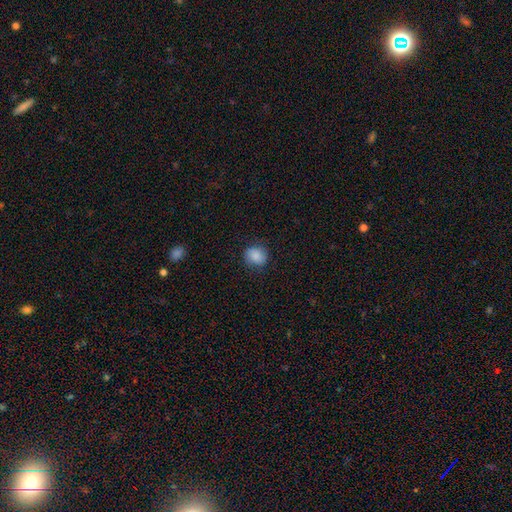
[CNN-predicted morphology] Smooth or featured?
  - smooth: 85% *
  - star or artifact: 8%
  - featured or disk: 6%
How rounded?
  - round: 67% *
  - in between: 32%
  - cigar-shaped: 1%
Merging?
  - none: 80% *
  - minor disturbance: 15%
  - major disturbance: 4%
  - merger: 1%